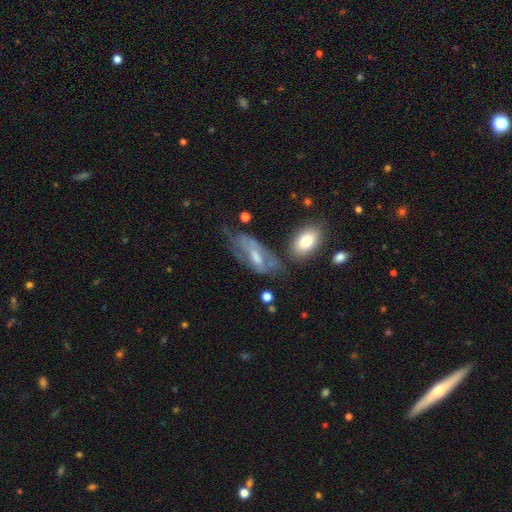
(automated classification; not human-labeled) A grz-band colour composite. It shows a featured or disk galaxy (61%) with no bar (44%), spiral arms (56%) and a moderate central bulge (41%). Merging: none (42%).